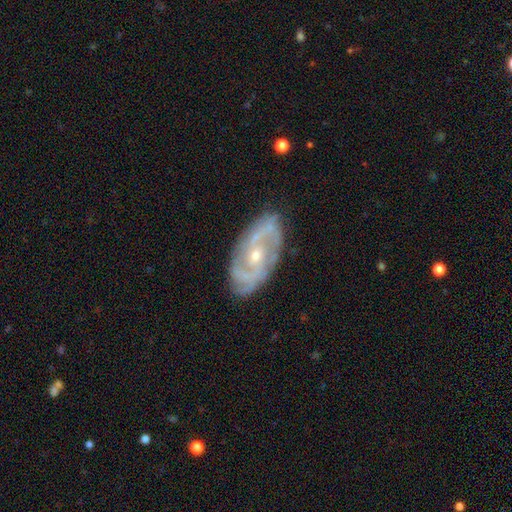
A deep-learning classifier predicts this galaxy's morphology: A featured or disk galaxy (85%) with no bar (60%), 2 (51%) medium (44%) spiral arms (93%) and a small central bulge (59%).

Vote fractions:
- Smooth or featured? featured or disk: 85% / smooth: 9% / star or artifact: 6%
- Edge-on disk? no: 94% / yes: 6%
- Bar? no: 60% / weak: 32% / strong: 8%
- Spiral arms? yes: 93% / no: 7%
- Spiral winding? medium: 44% / tight: 41% / loose: 15%
- Spiral arm count? 2: 51% / can't tell: 21% / 3: 15% / 4: 6% / 1: 4% / more than 4: 4%
- Bulge size? small: 59% / moderate: 38% / large: 1% / none: 1% / dominant: 1%
- Merging? none: 78% / minor disturbance: 16% / major disturbance: 4% / merger: 1%